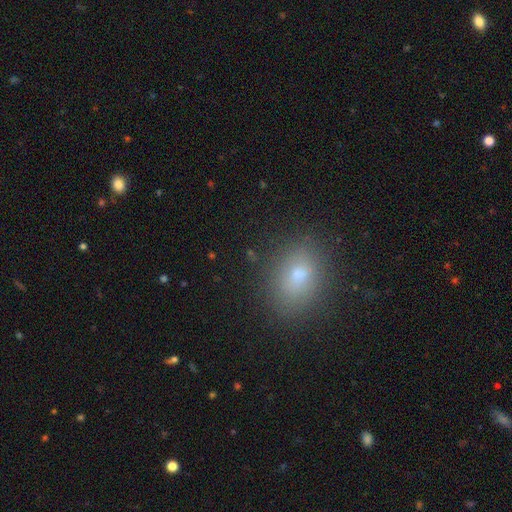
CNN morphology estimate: smooth-or-featured: smooth: 74% | star or artifact: 16% | featured or disk: 9%
  how-rounded: in between: 71% | round: 27% | cigar-shaped: 2%
  merging: none: 87% | minor disturbance: 9% | major disturbance: 3% | merger: 1%